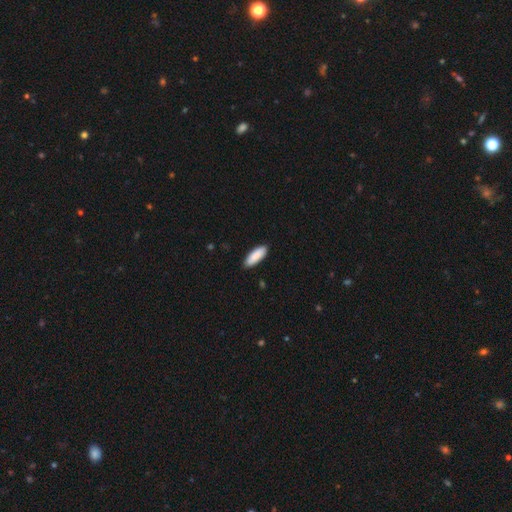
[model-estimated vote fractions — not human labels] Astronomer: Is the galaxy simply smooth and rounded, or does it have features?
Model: smooth — 89%.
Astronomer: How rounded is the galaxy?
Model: in between — 65%.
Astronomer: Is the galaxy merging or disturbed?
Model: none — 88%.